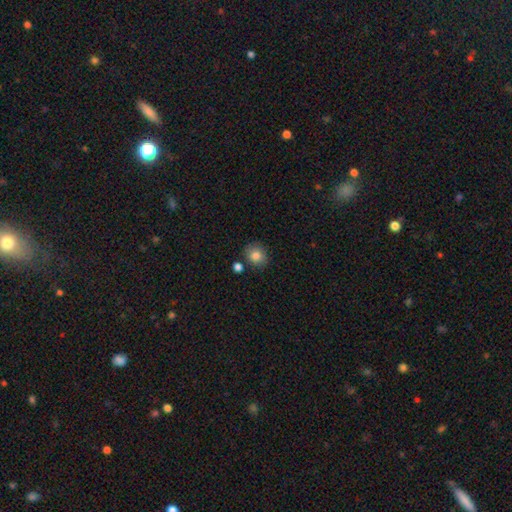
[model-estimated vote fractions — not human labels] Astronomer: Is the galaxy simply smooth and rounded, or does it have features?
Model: smooth — 84%.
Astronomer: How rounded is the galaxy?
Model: round — 78%.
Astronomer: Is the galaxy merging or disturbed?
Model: none — 79%.